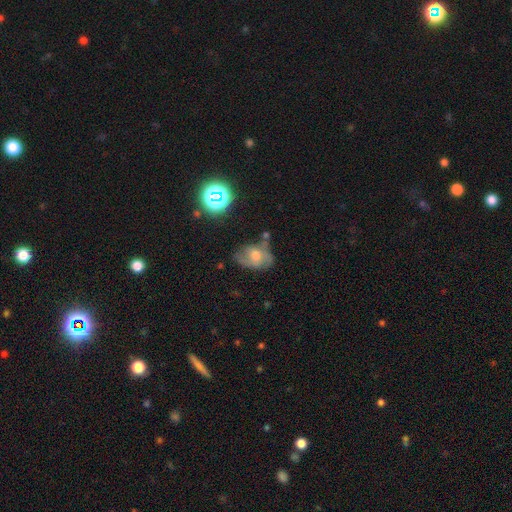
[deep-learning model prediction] This is possibly a featured or disk galaxy (48%). Merging: possibly none (46%).